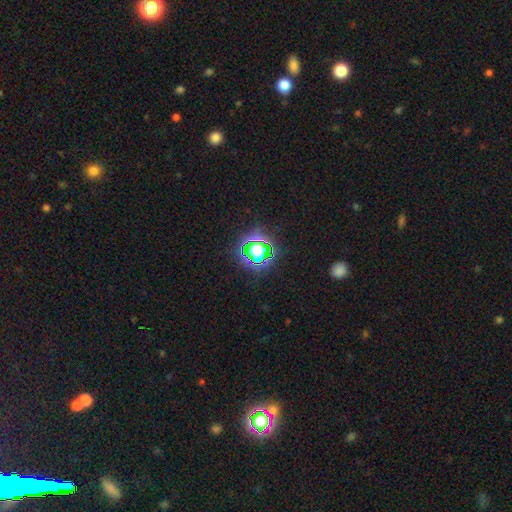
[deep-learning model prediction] smooth_or_featured: star or artifact (p=0.61) [alt: smooth p=0.28]